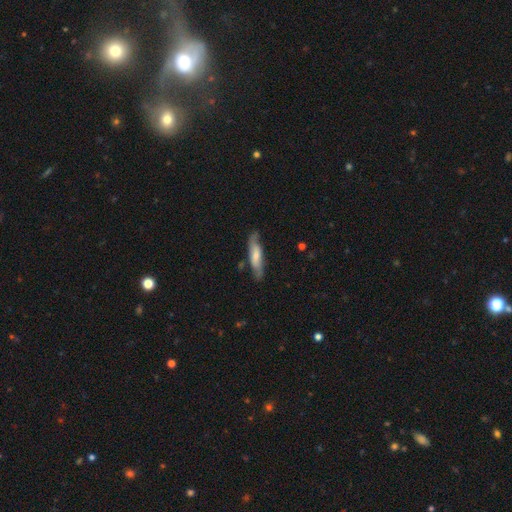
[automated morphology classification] This is possibly a smooth galaxy (50%). Merging: likely none (75%).